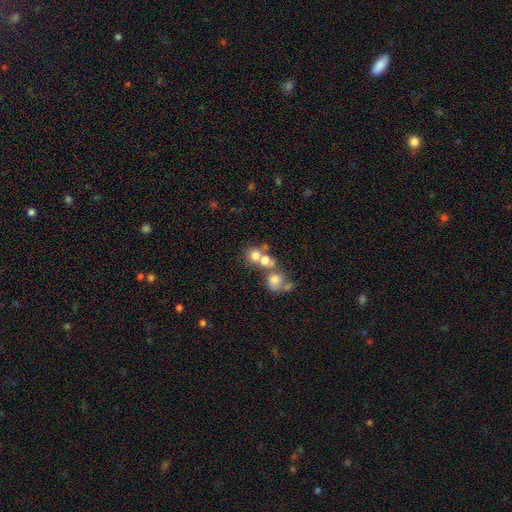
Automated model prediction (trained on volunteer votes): smooth_or_featured: smooth (p=0.69) [alt: featured or disk p=0.16]
how_rounded: round (p=0.78) [alt: in between p=0.21]
merging: merger (p=0.49) [alt: none p=0.39]